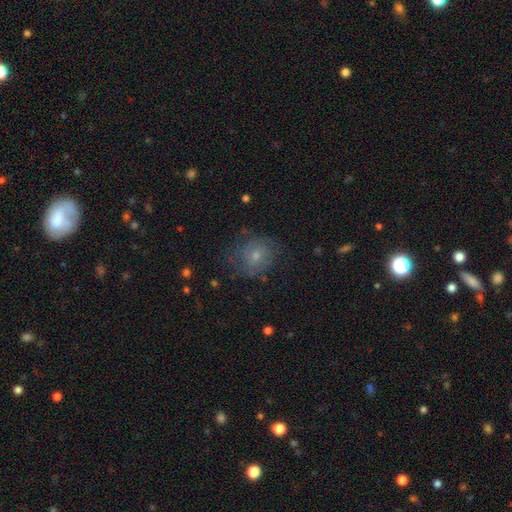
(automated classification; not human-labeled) This is possibly a smooth galaxy (46%). Merging: likely none (66%).